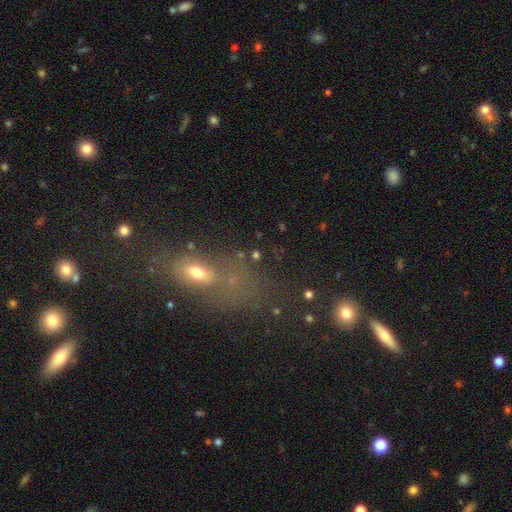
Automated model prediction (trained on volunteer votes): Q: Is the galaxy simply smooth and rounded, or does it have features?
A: smooth — 53%.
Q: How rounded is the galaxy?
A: in between — 61%.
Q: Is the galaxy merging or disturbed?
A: none — 48%.